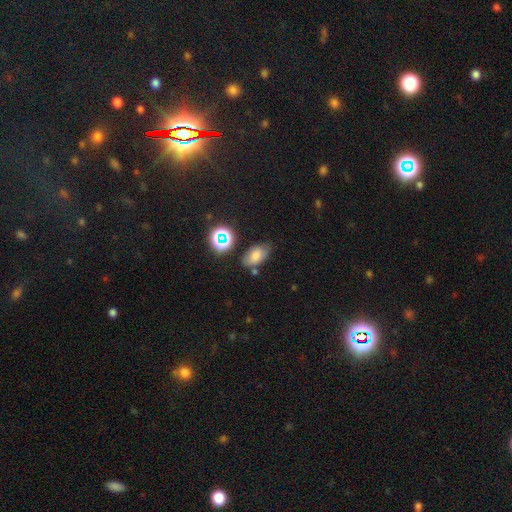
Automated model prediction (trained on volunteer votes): Smooth or featured? smooth (69%)
How rounded? in between (87%)
Merging? none (68%)